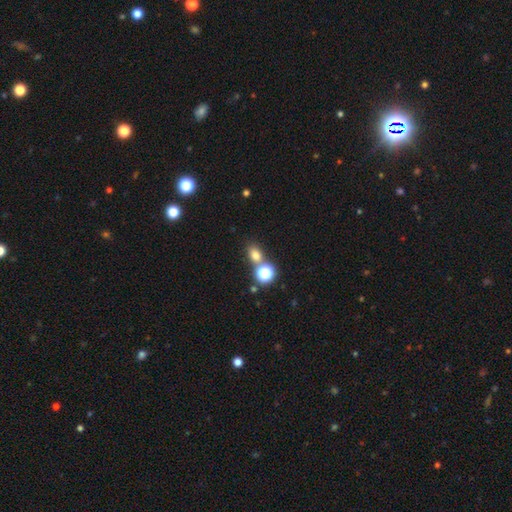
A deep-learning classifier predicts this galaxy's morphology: Smooth or featured? smooth (72%)
How rounded? in between (54%)
Merging? none (59%)